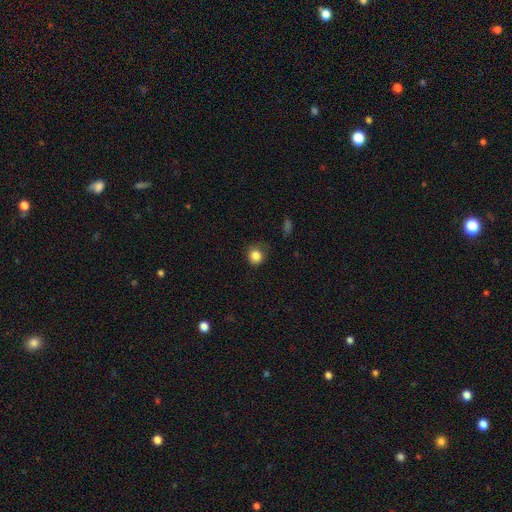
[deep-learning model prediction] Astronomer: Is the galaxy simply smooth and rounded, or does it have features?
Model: smooth — 84%.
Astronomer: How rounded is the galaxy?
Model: round — 88%.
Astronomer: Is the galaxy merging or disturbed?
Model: none — 76%.